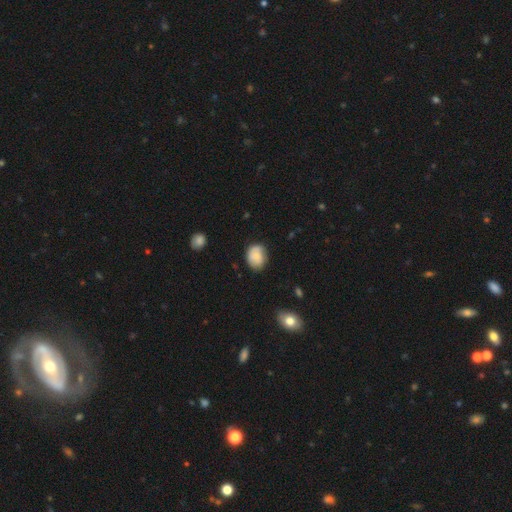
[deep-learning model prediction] Smooth or featured? smooth (75%)
How rounded? in between (52%)
Merging? none (69%)